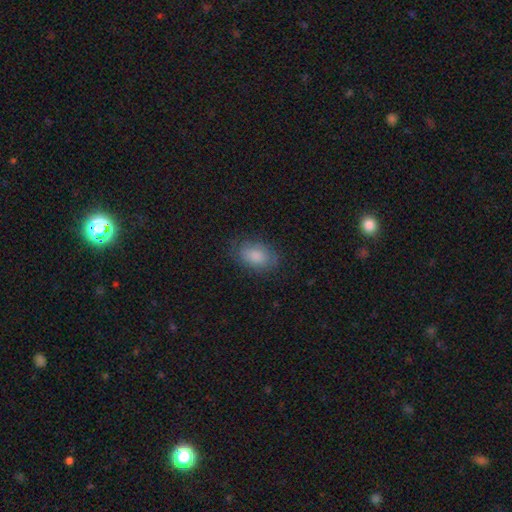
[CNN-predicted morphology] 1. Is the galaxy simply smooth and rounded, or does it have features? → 84% smooth, 9% featured or disk, 7% star or artifact.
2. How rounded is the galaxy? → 89% in between, 10% round, 2% cigar-shaped.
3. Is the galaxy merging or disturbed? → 78% none, 16% minor disturbance, 5% major disturbance, 1% merger.